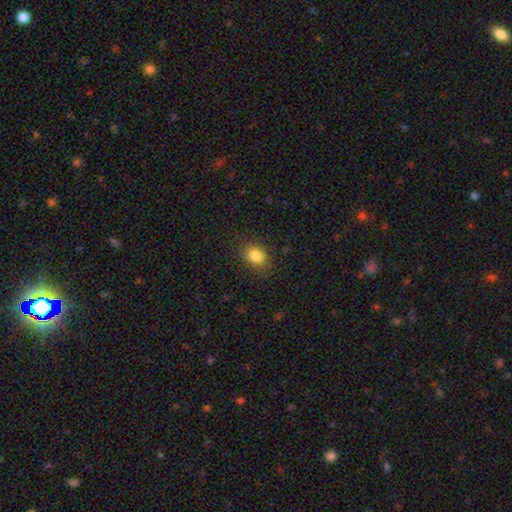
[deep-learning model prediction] Smooth or featured: smooth — 84% (star or artifact — 10%)
How rounded: in between — 55% (round — 44%)
Merging: none — 84% (minor disturbance — 11%)